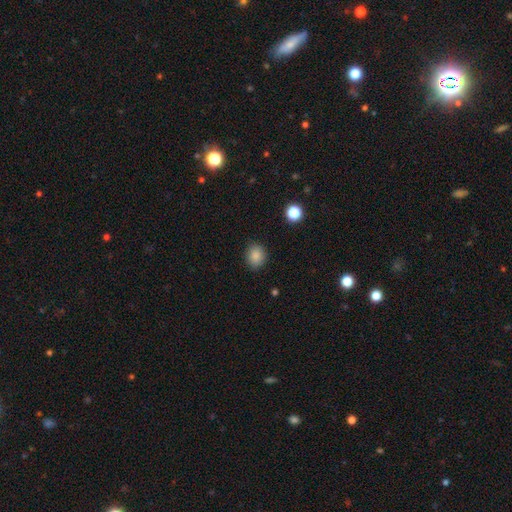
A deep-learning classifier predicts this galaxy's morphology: This appears to be a smooth galaxy with no disk features (86%) that is round (62%). Merging: none (87%).